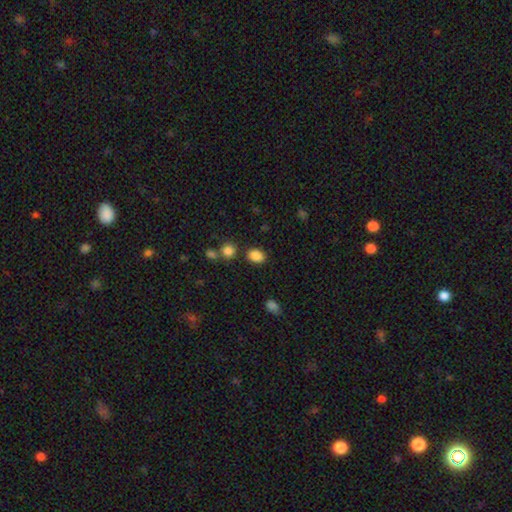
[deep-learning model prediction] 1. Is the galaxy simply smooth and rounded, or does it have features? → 86% smooth, 10% star or artifact, 4% featured or disk.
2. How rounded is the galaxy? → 68% in between, 31% round, 1% cigar-shaped.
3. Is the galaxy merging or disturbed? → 78% none, 11% minor disturbance, 7% merger, 4% major disturbance.